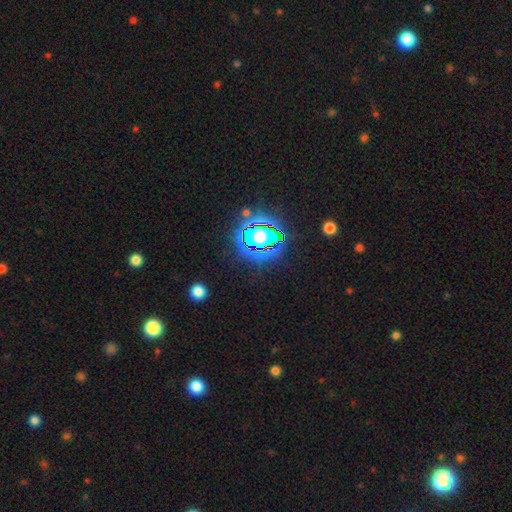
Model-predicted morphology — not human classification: Smooth or featured: star or artifact — 82% (smooth — 11%)